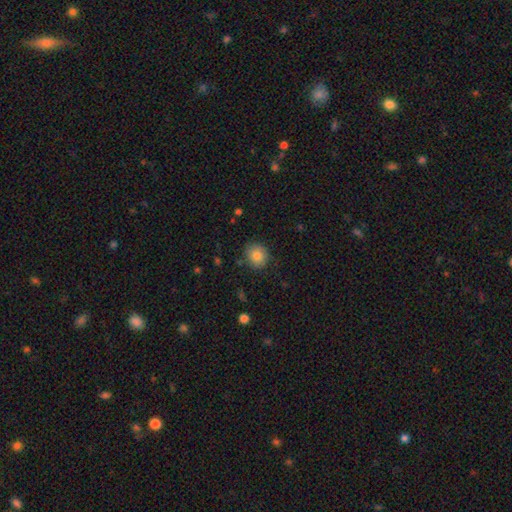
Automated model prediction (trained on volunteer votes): This appears to be a smooth galaxy with no disk features (82%) that is round (77%). Merging: none (83%).